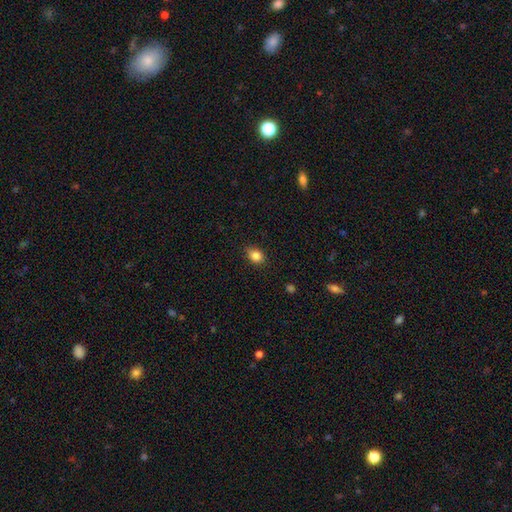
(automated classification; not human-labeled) Smooth or featured? Predicted: smooth (p=0.85). How rounded? Predicted: in between (p=0.57). Merging? Predicted: none (p=0.85).